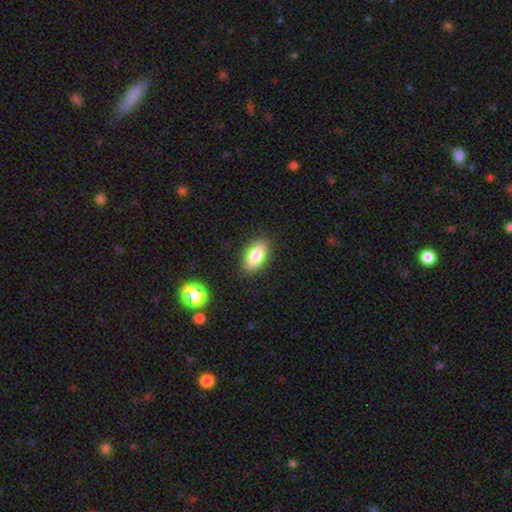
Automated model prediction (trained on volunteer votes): smooth 82%, featured or disk 10%, star or artifact 8%. Down the decision tree: how rounded — in between (89%); merging — none (87%).